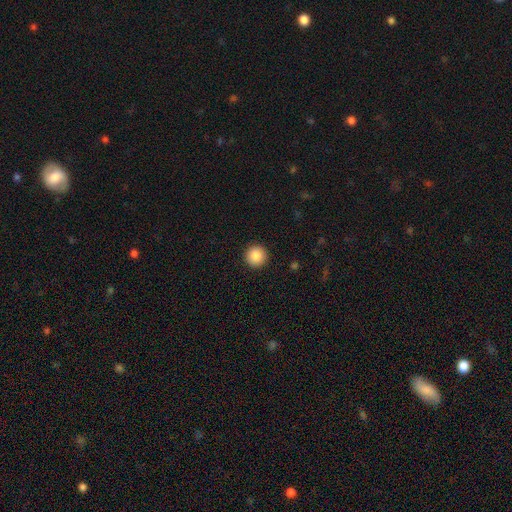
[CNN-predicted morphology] smooth 88%, star or artifact 9%, featured or disk 4%. Down the decision tree: how rounded — round (96%); merging — none (93%).